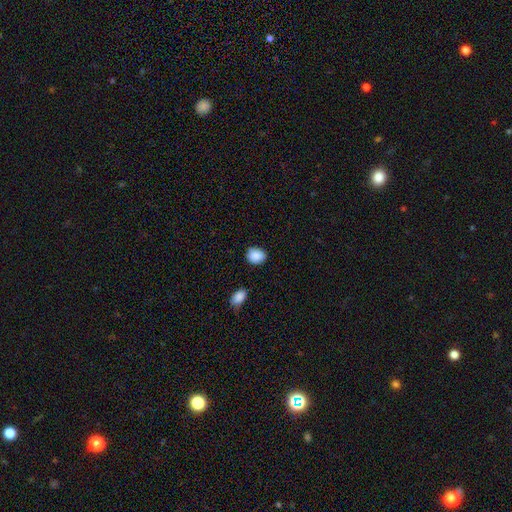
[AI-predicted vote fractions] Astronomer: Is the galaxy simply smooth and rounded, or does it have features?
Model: smooth — 88%.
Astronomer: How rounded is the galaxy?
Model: in between — 50% (runner-up: round, 49%).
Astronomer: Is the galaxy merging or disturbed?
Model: none — 82%.